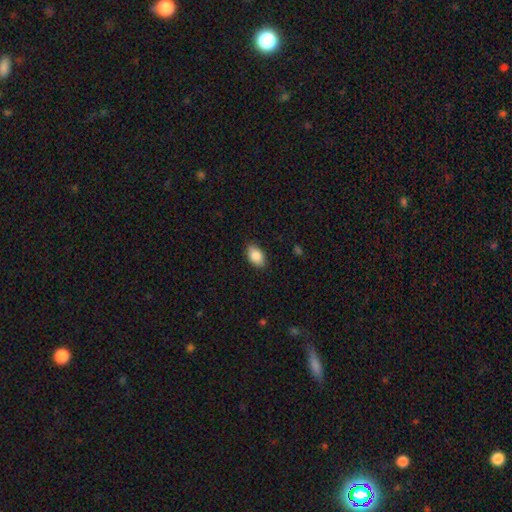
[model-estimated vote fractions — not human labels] Smooth or featured? smooth (89%)
How rounded? in between (91%)
Merging? none (87%)